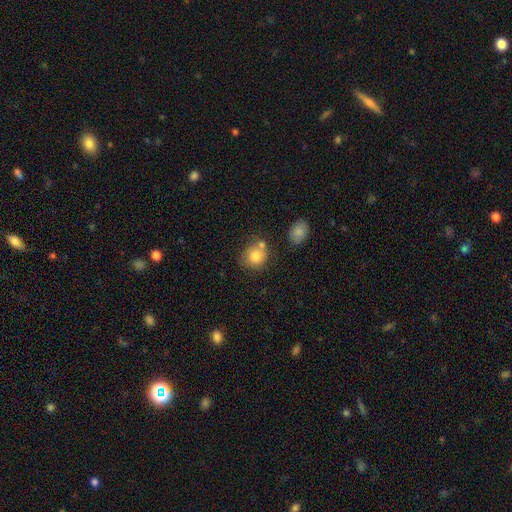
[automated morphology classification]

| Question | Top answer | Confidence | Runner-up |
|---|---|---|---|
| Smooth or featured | smooth | 81% | featured or disk (10%) |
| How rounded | round | 83% | in between (16%) |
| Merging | none | 61% | merger (21%) |